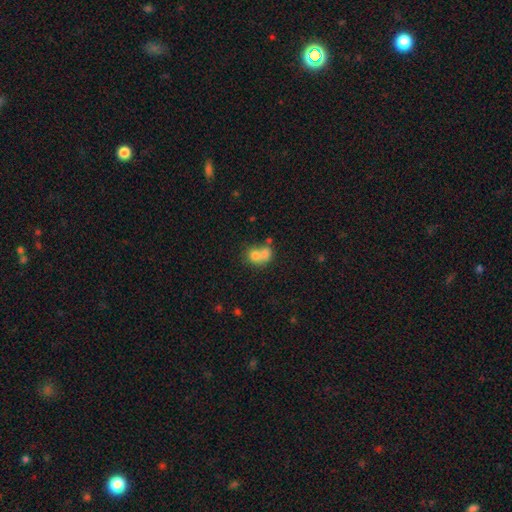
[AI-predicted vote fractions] smooth 72%, featured or disk 17%, star or artifact 11%. Down the decision tree: how rounded — round (60%); merging — merger (66%).